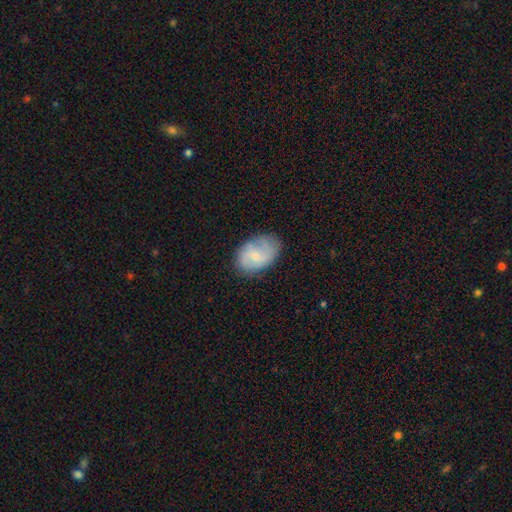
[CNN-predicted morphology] This is possibly a smooth galaxy (50%). Merging: likely none (68%).